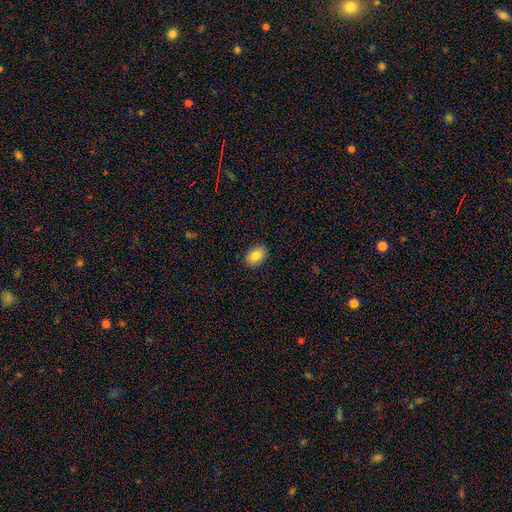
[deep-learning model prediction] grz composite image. It shows a smooth galaxy with no disk features (85%) that is in between round and cigar-shaped (77%). Merging: none (88%).